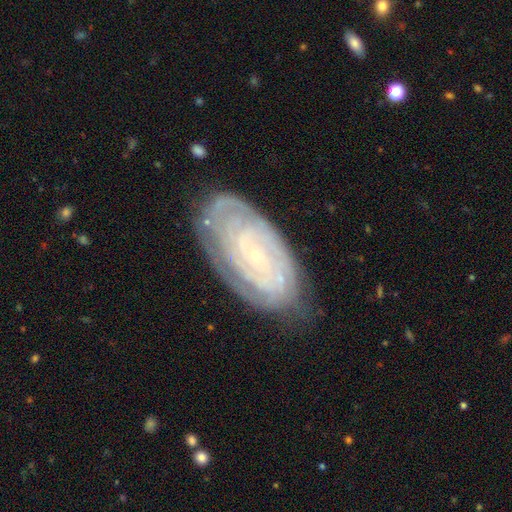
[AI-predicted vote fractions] featured or disk 84%, smooth 10%, star or artifact 6%. Down the decision tree: edge-on disk — no (95%); bar — no (65%); spiral arms — yes (95%); spiral arm count — can't tell (42%); spiral winding — tight (83%); bulge size — small (86%); merging — none (74%).